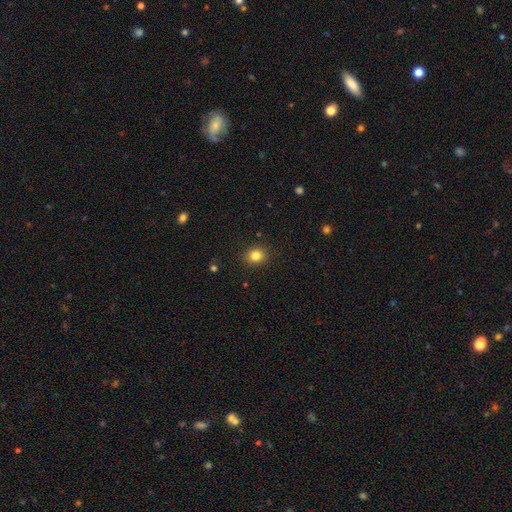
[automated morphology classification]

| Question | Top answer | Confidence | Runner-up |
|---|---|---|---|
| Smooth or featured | smooth | 83% | star or artifact (11%) |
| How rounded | round | 67% | in between (32%) |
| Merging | none | 90% | minor disturbance (7%) |